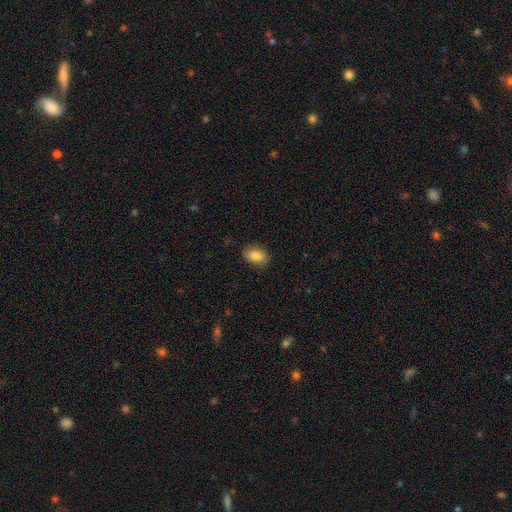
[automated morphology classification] A smooth galaxy with no disk features (86%) that is in between round and cigar-shaped (86%).

Vote fractions:
- Smooth or featured? smooth: 86% / star or artifact: 8% / featured or disk: 7%
- How rounded? in between: 86% / round: 12% / cigar-shaped: 1%
- Merging? none: 87% / minor disturbance: 10% / major disturbance: 2% / merger: 1%